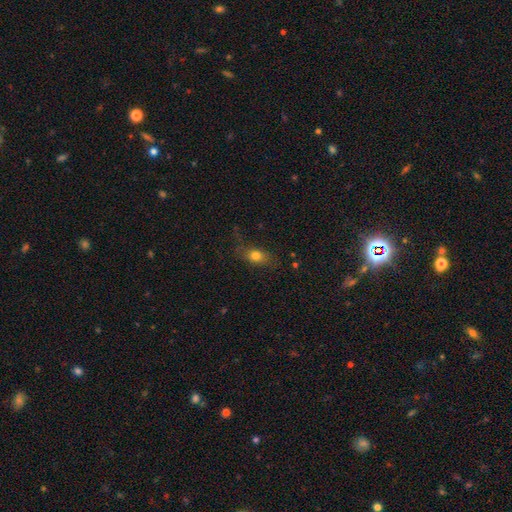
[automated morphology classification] smooth_or_featured: smooth (p=0.75) [alt: featured or disk p=0.13]
how_rounded: in between (p=0.65) [alt: round p=0.28]
merging: none (p=0.66) [alt: minor disturbance p=0.21]